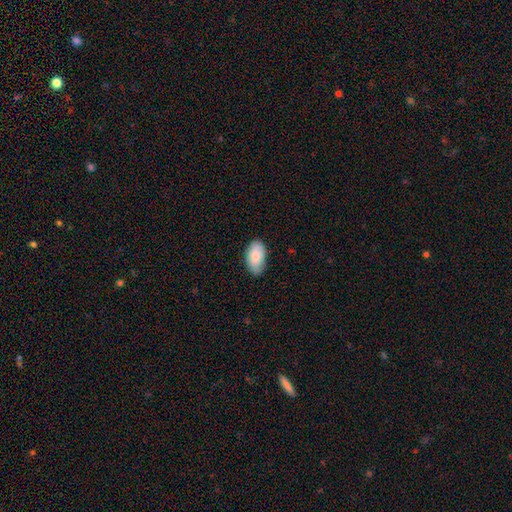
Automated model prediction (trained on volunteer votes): Smooth or featured? smooth (86%)
How rounded? in between (95%)
Merging? none (78%)